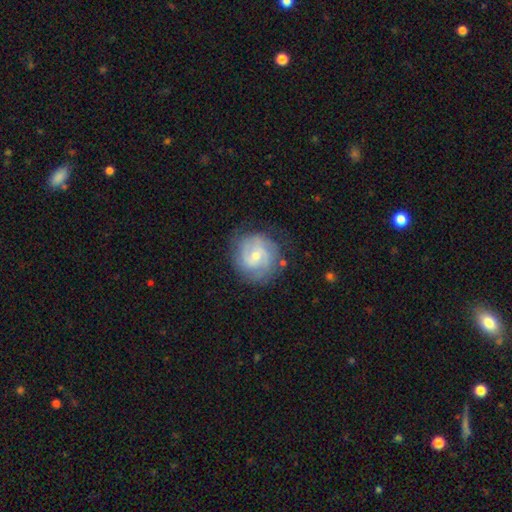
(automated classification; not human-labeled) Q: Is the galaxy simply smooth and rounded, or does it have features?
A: featured or disk — 73%.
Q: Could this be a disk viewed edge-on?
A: no — 98%.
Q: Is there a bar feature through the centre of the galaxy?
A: weak — 47%.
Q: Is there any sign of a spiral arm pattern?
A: yes — 91%.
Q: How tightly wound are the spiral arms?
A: tight — 51%.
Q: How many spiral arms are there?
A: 2 — 48%.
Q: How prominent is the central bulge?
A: small — 55%.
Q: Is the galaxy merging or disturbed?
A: none — 77%.